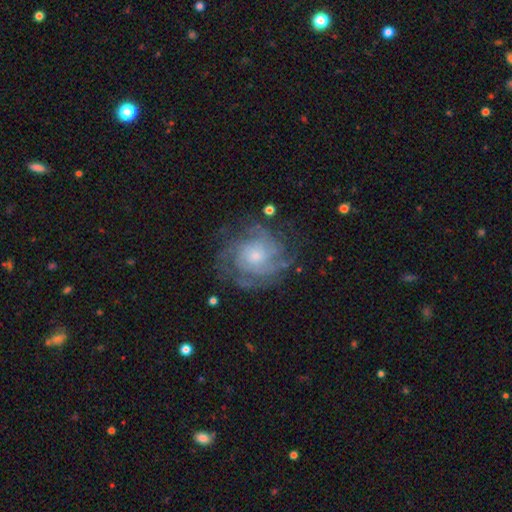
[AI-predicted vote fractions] Overall: featured or disk (76%). Edge-on disk: no (97%). Bar: no (78%). Spiral arms: yes (90%). Spiral arm count: can't tell (40%; 4 20%). Spiral winding: tight (57%; medium 32%). Bulge size: small (58%; moderate 32%). Merging: none (70%).